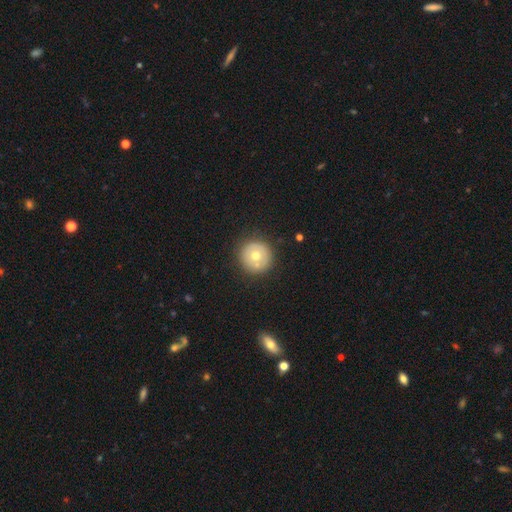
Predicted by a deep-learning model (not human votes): This appears to be a smooth galaxy with no disk features (61%) that is round (96%). Merging: none (87%).